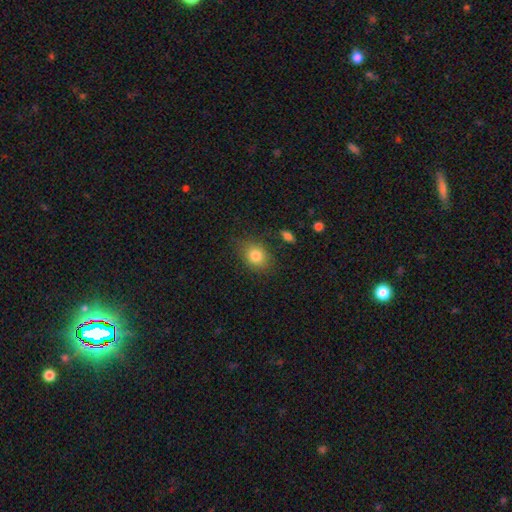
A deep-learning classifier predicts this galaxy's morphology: smooth 81%, star or artifact 10%, featured or disk 8%. Down the decision tree: how rounded — in between (50%); merging — none (80%).